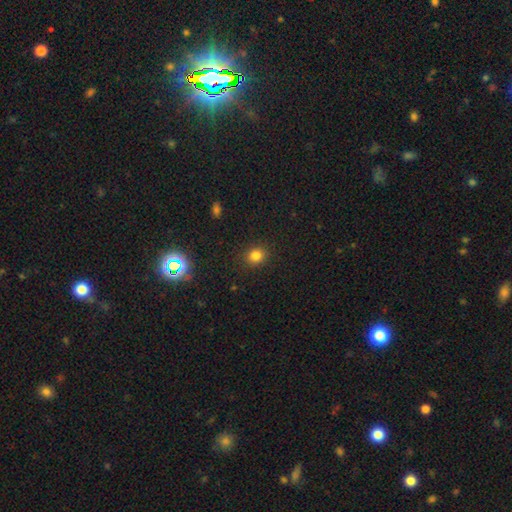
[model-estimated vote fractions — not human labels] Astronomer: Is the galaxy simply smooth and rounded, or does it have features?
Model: smooth — 81%.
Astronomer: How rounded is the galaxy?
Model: round — 76%.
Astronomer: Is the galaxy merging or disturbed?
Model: none — 89%.